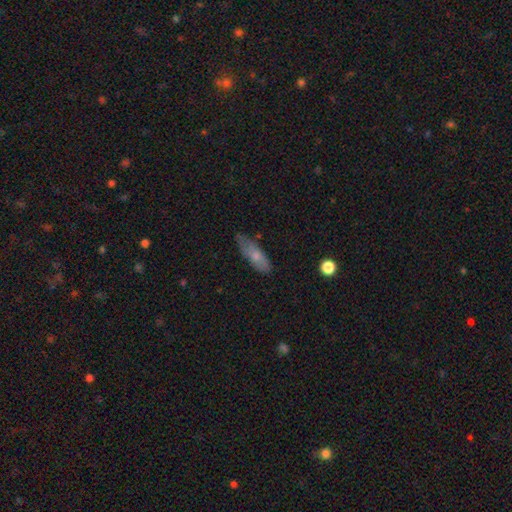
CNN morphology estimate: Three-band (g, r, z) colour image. It shows a smooth galaxy with no disk features (65%) that is in between round and cigar-shaped (54%). Merging: none (64%).